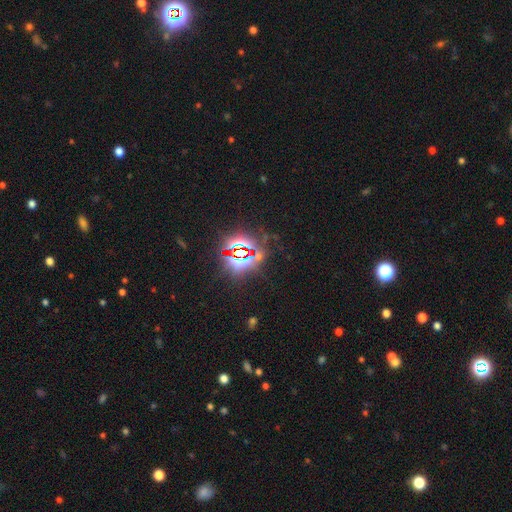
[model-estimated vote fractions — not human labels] Overall: star or artifact (83%).